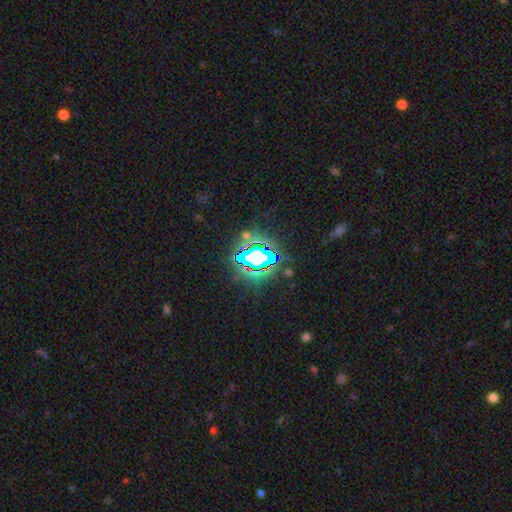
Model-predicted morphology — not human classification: A star or artifact, not a galaxy (74%).